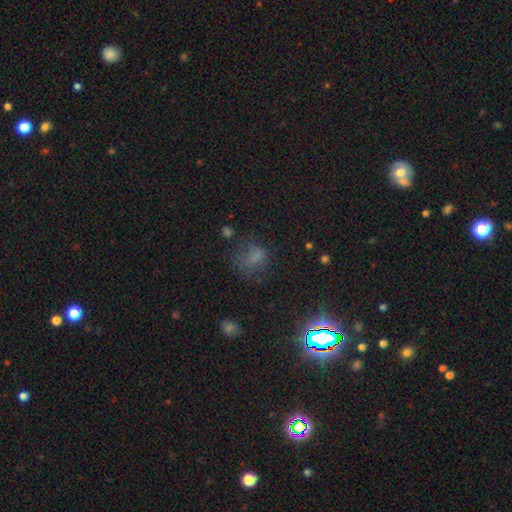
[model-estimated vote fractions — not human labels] Morphology: type=smooth (47%); merging=none (60%).